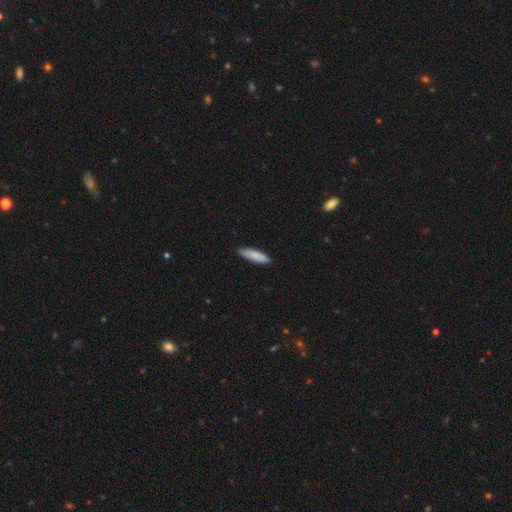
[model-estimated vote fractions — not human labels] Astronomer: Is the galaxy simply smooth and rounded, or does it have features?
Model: smooth — 85%.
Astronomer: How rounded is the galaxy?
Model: cigar-shaped — 60% (runner-up: in between, 38%).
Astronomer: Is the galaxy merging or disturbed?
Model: none — 83%.